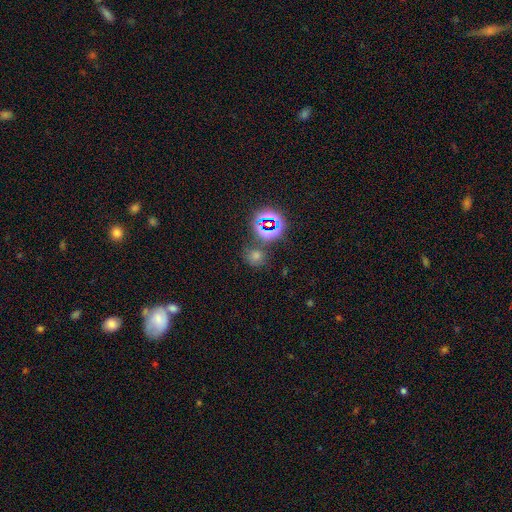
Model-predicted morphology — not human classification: A smooth galaxy with no disk features (47%). Merging: none (75%).